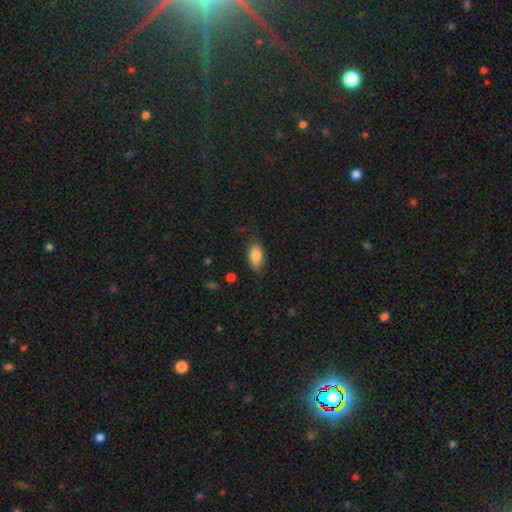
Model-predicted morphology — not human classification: smooth_or_featured: smooth (p=0.81) [alt: featured or disk p=0.12]
how_rounded: in between (p=0.88) [alt: round p=0.07]
merging: none (p=0.75) [alt: minor disturbance p=0.19]